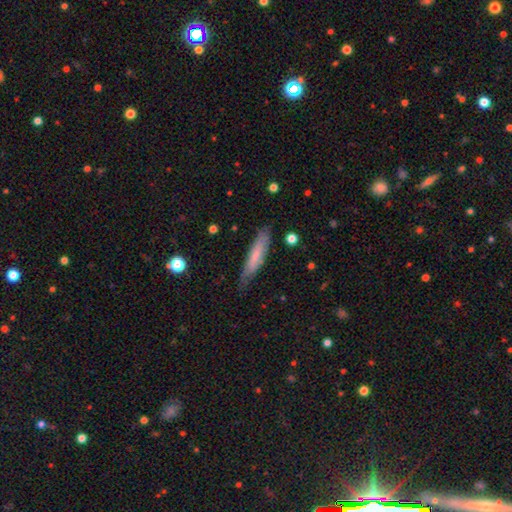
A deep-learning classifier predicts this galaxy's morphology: smooth 63%, featured or disk 31%, star or artifact 6%. Down the decision tree: how rounded — cigar-shaped (84%); merging — none (75%).